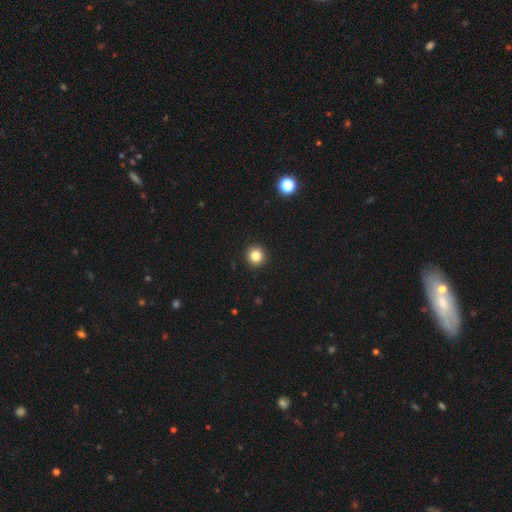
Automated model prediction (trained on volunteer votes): Morphology: type=smooth (84%); roundness=round (95%); merging=none (94%).